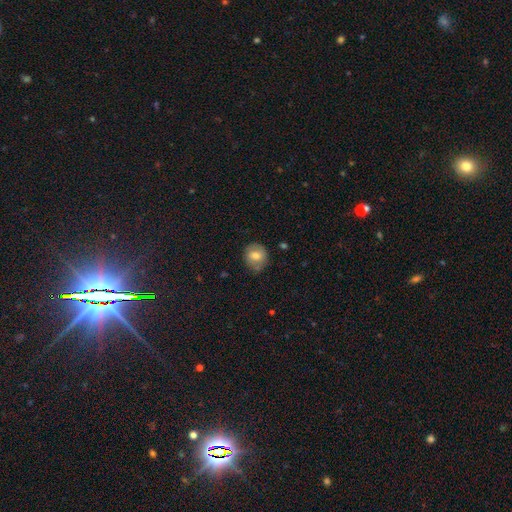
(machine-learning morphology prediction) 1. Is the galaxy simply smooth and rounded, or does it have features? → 70% smooth, 21% featured or disk, 8% star or artifact.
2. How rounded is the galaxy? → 81% round, 18% in between, 1% cigar-shaped.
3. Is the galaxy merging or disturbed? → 78% none, 17% minor disturbance, 4% major disturbance, 2% merger.